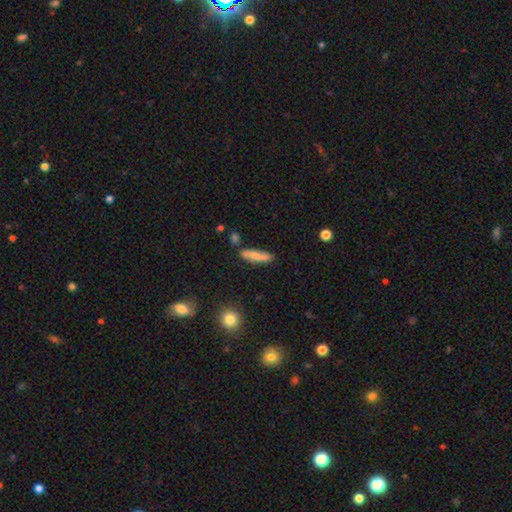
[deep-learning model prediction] A smooth galaxy with no disk features (67%) that is cigar-shaped (63%).

Vote fractions:
- Smooth or featured? smooth: 67% / featured or disk: 26% / star or artifact: 7%
- How rounded? cigar-shaped: 63% / in between: 35% / round: 3%
- Merging? none: 77% / minor disturbance: 15% / merger: 4% / major disturbance: 3%